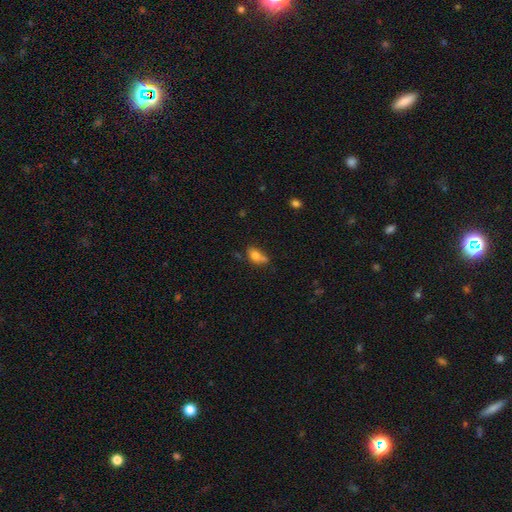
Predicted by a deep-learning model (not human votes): Smooth or featured?
  - smooth: 73% *
  - featured or disk: 16%
  - star or artifact: 10%
How rounded?
  - in between: 79% *
  - round: 14%
  - cigar-shaped: 7%
Merging?
  - none: 43% *
  - minor disturbance: 27%
  - merger: 20%
  - major disturbance: 10%